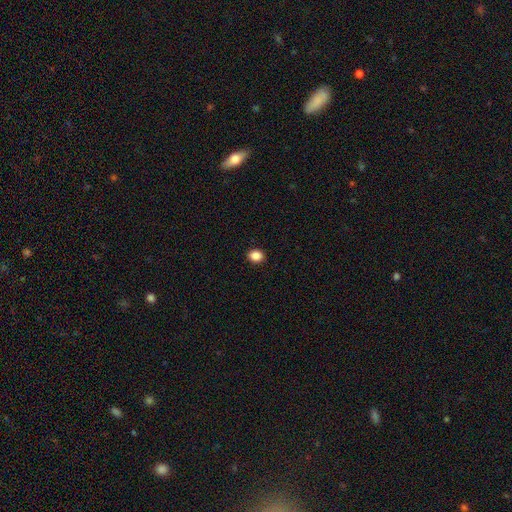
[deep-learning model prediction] Smooth or featured: smooth — 87% (star or artifact — 10%)
How rounded: round — 57% (in between — 42%)
Merging: none — 91% (minor disturbance — 6%)